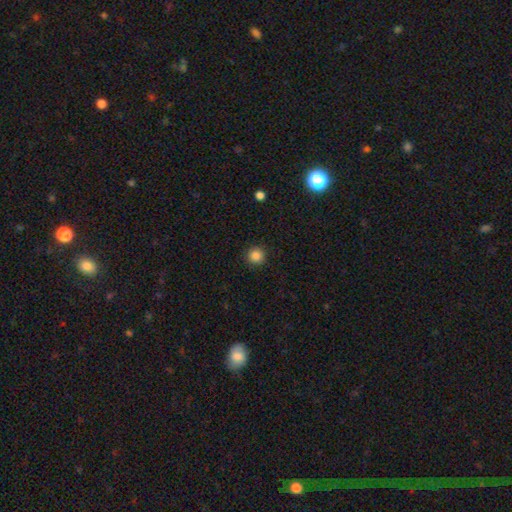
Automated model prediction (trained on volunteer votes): A smooth galaxy with no disk features (86%) that is round (95%).

Vote fractions:
- Smooth or featured? smooth: 86% / star or artifact: 11% / featured or disk: 3%
- How rounded? round: 95% / in between: 4% / cigar-shaped: 1%
- Merging? none: 92% / minor disturbance: 5% / major disturbance: 2% / merger: 1%